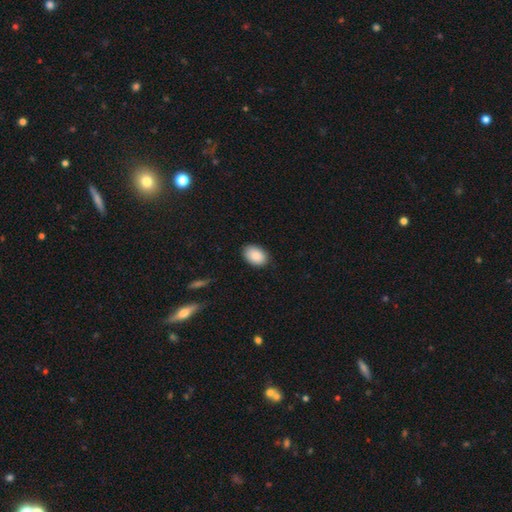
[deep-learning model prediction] Q: Smooth or featured?
A: smooth (89%); runner-up: star or artifact (7%)
Q: How rounded?
A: in between (86%); runner-up: round (13%)
Q: Merging?
A: none (86%); runner-up: minor disturbance (11%)